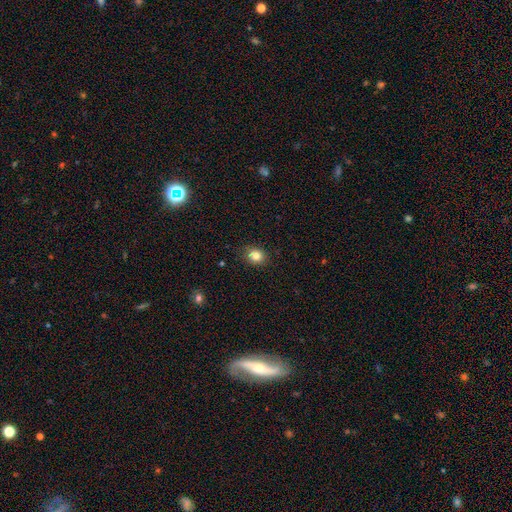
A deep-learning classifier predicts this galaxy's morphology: smooth-or-featured: smooth: 83% | star or artifact: 11% | featured or disk: 6%
  how-rounded: round: 59% | in between: 41% | cigar-shaped: 1%
  merging: none: 86% | minor disturbance: 11% | major disturbance: 2% | merger: 1%